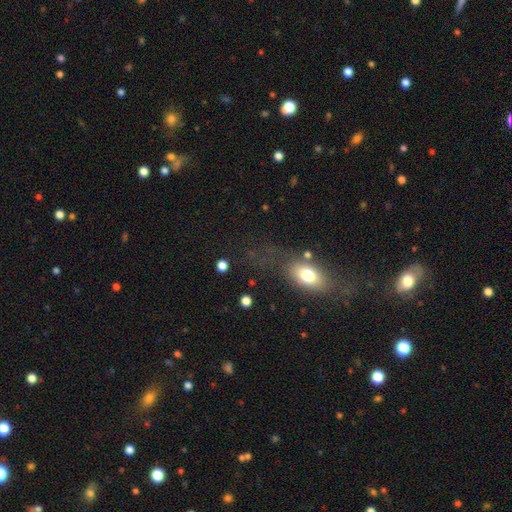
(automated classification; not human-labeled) smooth 57%, featured or disk 23%, star or artifact 20%. Down the decision tree: how rounded — in between (65%); merging — none (56%).